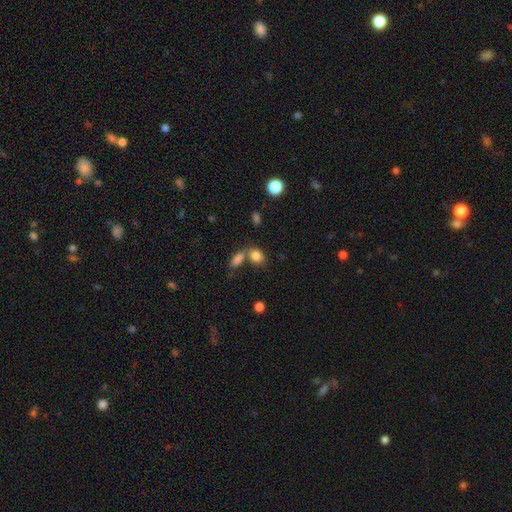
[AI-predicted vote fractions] Overall: smooth (83%). How rounded: in between (67%; round 31%). Merging: none (51%; merger 33%).